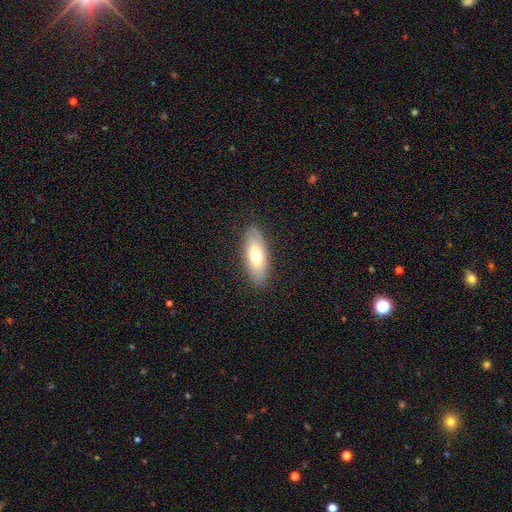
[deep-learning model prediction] smooth-or-featured: smooth: 70% | featured or disk: 24% | star or artifact: 6%
  how-rounded: in between: 75% | cigar-shaped: 22% | round: 2%
  merging: none: 87% | minor disturbance: 9% | major disturbance: 2% | merger: 1%